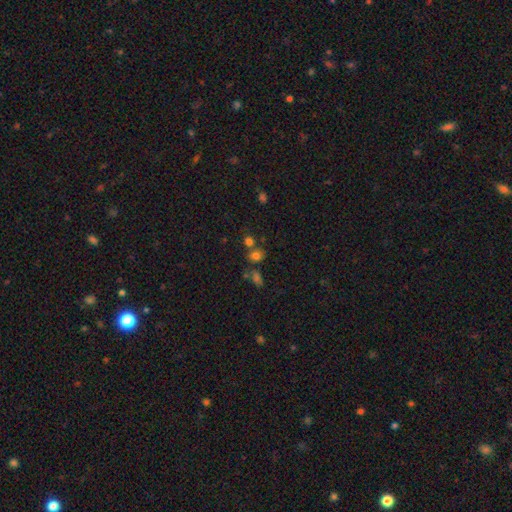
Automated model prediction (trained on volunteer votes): Smooth or featured? Predicted: smooth (p=0.69). How rounded? Predicted: round (p=0.70). Merging? Predicted: none (p=0.58).